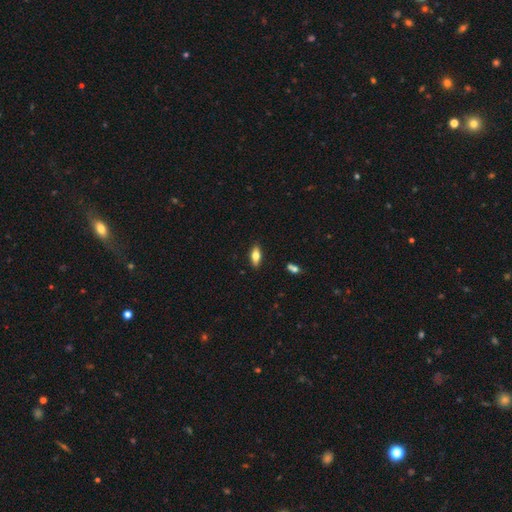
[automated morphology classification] smooth 66%, featured or disk 26%, star or artifact 7%. Down the decision tree: how rounded — in between (76%); merging — none (88%).